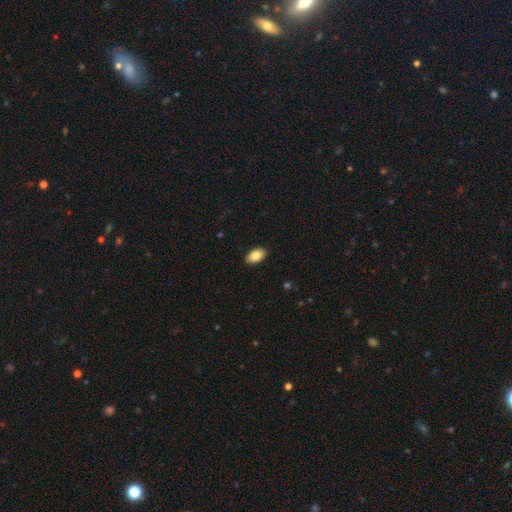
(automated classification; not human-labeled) smooth 84%, featured or disk 9%, star or artifact 7%. Down the decision tree: how rounded — in between (93%); merging — none (90%).